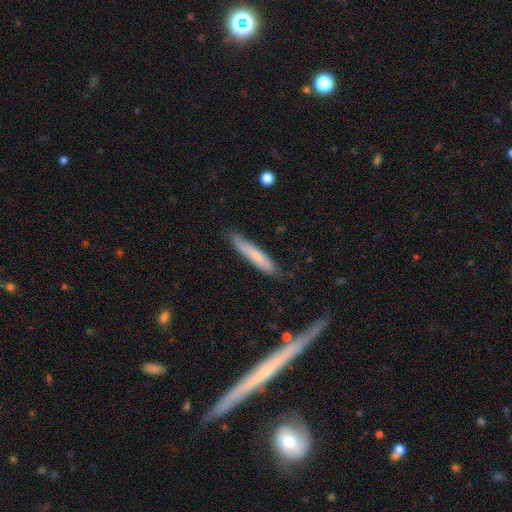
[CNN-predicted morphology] This appears to be a smooth galaxy with no disk features (67%) that is cigar-shaped (91%). Merging: none (78%).